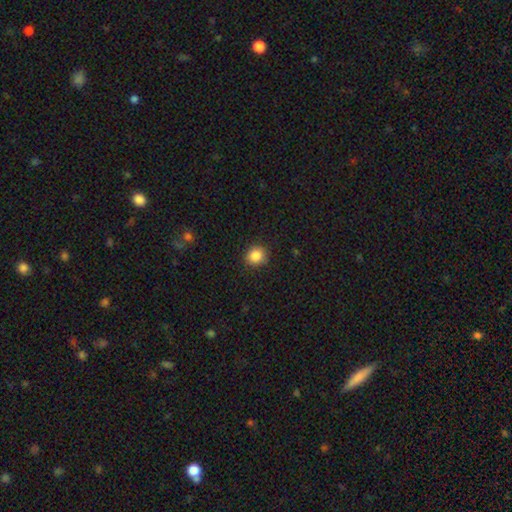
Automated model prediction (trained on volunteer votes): This appears to be a smooth galaxy with no disk features (86%) that is round (86%). Merging: none (89%).